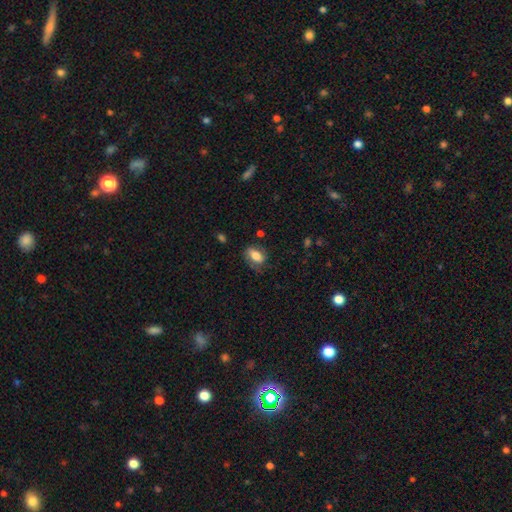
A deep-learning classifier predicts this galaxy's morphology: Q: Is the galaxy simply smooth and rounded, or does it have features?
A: smooth — 68%.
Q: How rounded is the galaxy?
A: in between — 85%.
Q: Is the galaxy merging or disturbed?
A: none — 59%.